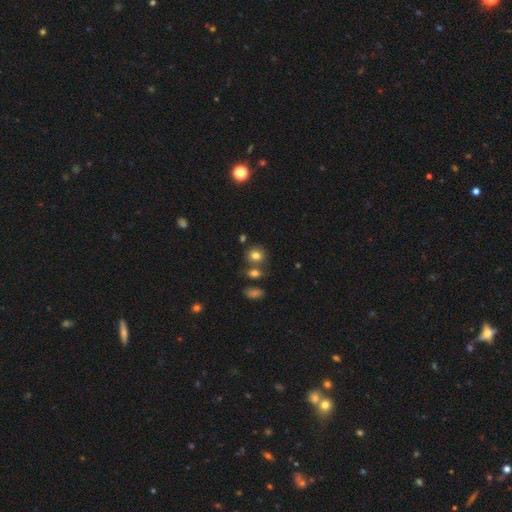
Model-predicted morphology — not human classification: A smooth galaxy with no disk features (79%) that is round (76%).

Vote fractions:
- Smooth or featured? smooth: 79% / star or artifact: 12% / featured or disk: 9%
- How rounded? round: 76% / in between: 23% / cigar-shaped: 1%
- Merging? none: 65% / merger: 20% / minor disturbance: 12% / major disturbance: 4%